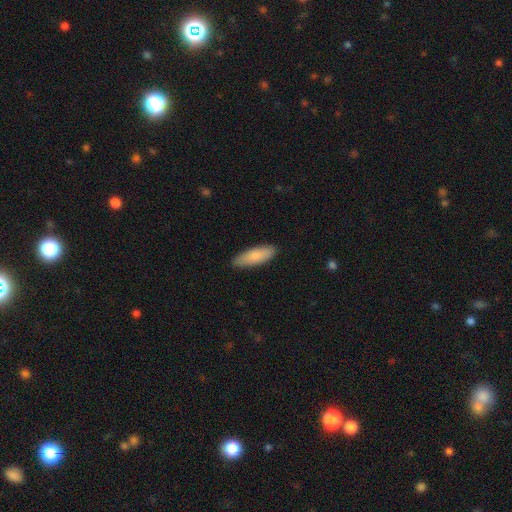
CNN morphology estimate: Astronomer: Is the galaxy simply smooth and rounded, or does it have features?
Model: smooth — 84%.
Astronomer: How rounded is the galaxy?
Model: in between — 61% (runner-up: cigar-shaped, 37%).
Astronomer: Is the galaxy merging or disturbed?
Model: none — 85%.